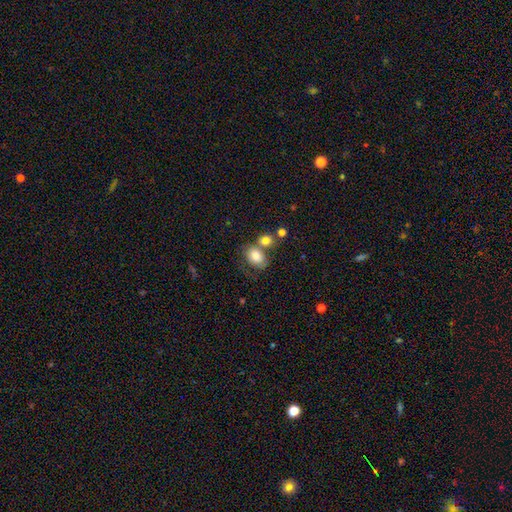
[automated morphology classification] Smooth or featured?
  - smooth: 78% *
  - featured or disk: 14%
  - star or artifact: 8%
How rounded?
  - in between: 73% *
  - round: 26%
  - cigar-shaped: 1%
Merging?
  - merger: 40% *
  - none: 36%
  - minor disturbance: 15%
  - major disturbance: 9%